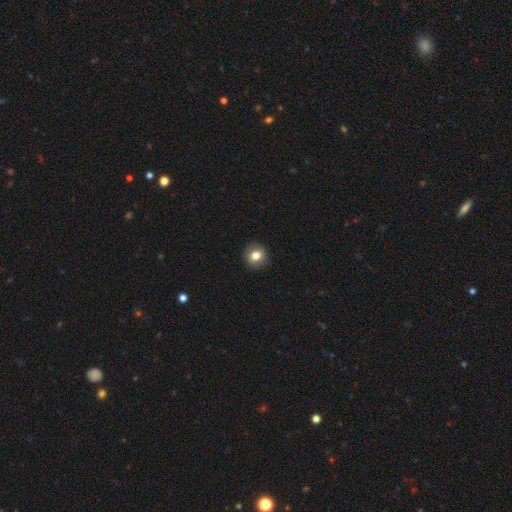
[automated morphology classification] A smooth galaxy with no disk features (78%) that is round (88%).

Vote fractions:
- Smooth or featured? smooth: 78% / featured or disk: 13% / star or artifact: 10%
- How rounded? round: 88% / in between: 11% / cigar-shaped: 1%
- Merging? none: 91% / minor disturbance: 6% / major disturbance: 2% / merger: 1%